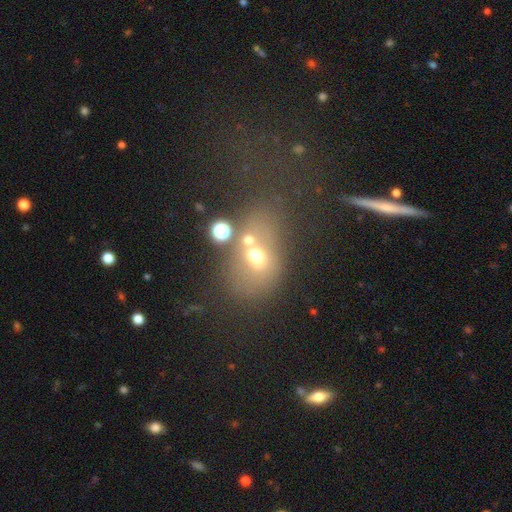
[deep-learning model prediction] This is possibly a smooth galaxy (53%). How rounded: possibly in between (53%). Merging: marginally none (38%).